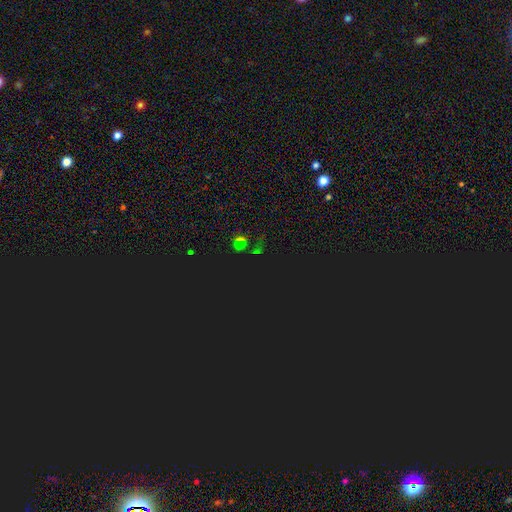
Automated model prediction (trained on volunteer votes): Smooth or featured? star or artifact (74%)